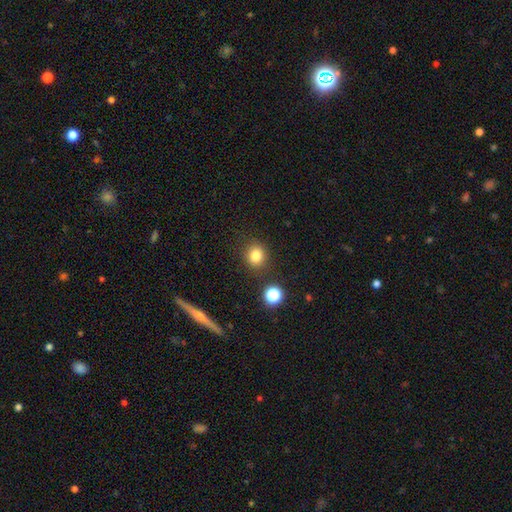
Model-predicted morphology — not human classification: type=smooth (80%); roundness=round (83%); merging=none (85%).